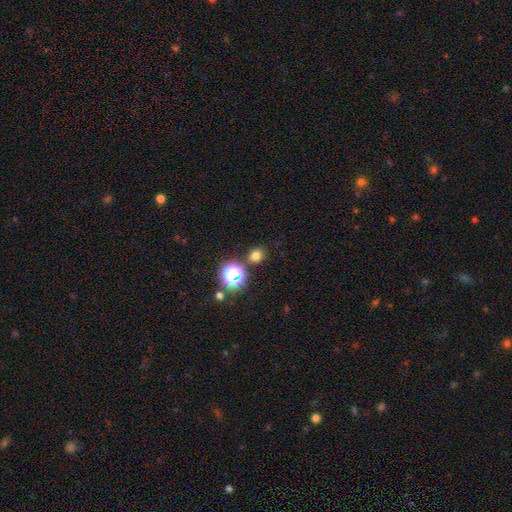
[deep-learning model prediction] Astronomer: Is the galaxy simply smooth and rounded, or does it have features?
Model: smooth — 72%.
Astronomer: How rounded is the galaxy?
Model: round — 82%.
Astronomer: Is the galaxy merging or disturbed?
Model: none — 83%.